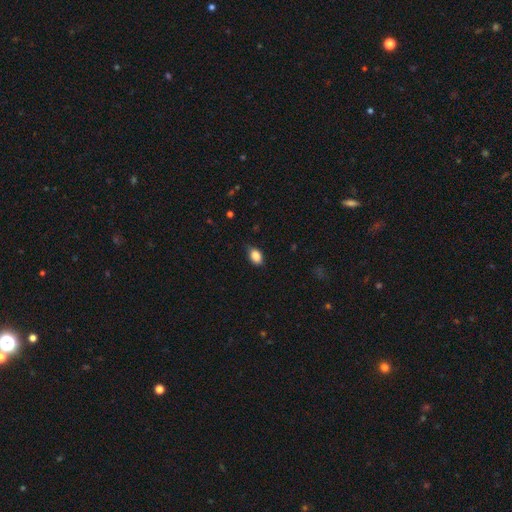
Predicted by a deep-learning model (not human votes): smooth 86%, star or artifact 8%, featured or disk 6%. Down the decision tree: how rounded — in between (83%); merging — none (76%).